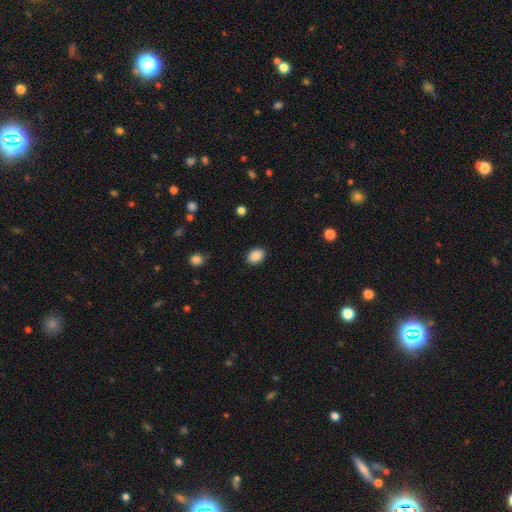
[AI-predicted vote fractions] Smooth or featured?
  - smooth: 89% *
  - star or artifact: 8%
  - featured or disk: 3%
How rounded?
  - in between: 63% *
  - round: 37%
  - cigar-shaped: 1%
Merging?
  - none: 88% *
  - minor disturbance: 8%
  - major disturbance: 2%
  - merger: 1%